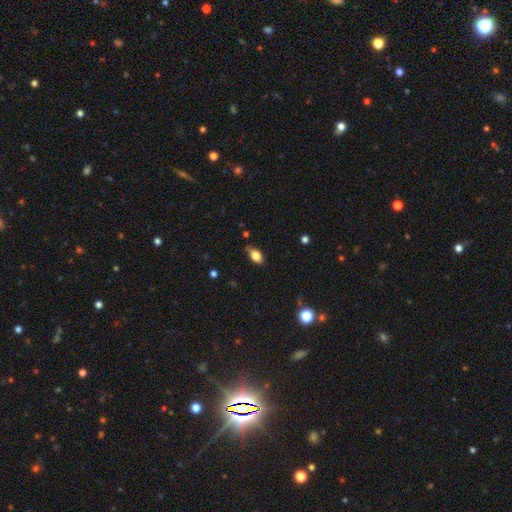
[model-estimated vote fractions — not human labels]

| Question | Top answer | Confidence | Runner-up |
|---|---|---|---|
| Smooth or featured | smooth | 81% | featured or disk (11%) |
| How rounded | in between | 88% | round (8%) |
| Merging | none | 71% | minor disturbance (22%) |